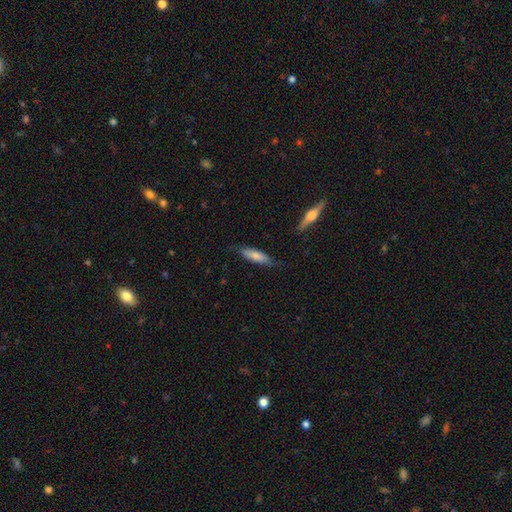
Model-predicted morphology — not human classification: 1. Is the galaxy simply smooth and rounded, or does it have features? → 71% smooth, 23% featured or disk, 6% star or artifact.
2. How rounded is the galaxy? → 62% cigar-shaped, 36% in between, 2% round.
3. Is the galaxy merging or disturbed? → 75% none, 19% minor disturbance, 4% major disturbance, 2% merger.